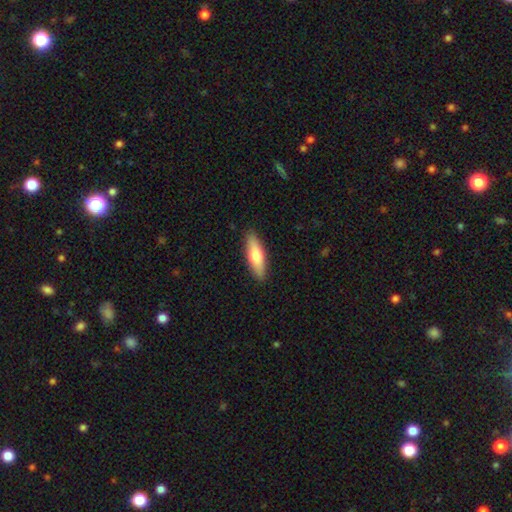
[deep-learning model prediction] smooth 69%, featured or disk 26%, star or artifact 5%. Down the decision tree: how rounded — cigar-shaped (53%); merging — none (89%).